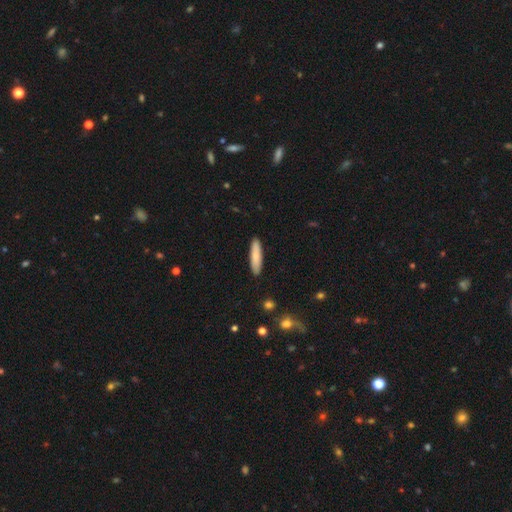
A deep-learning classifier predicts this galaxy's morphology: Smooth or featured?
  - smooth: 81% *
  - featured or disk: 14%
  - star or artifact: 6%
How rounded?
  - cigar-shaped: 76% *
  - in between: 23%
  - round: 1%
Merging?
  - none: 90% *
  - minor disturbance: 8%
  - major disturbance: 1%
  - merger: 1%